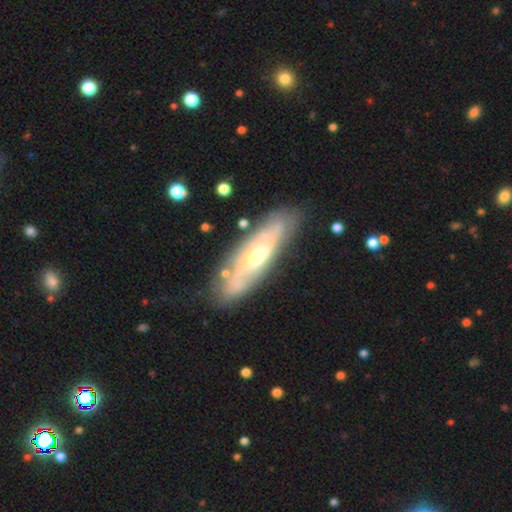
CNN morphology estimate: type=featured or disk (73%); edge-on=no (73%); bar=no (55%); spiral arms=yes (79%); bulge=moderate (63%); merging=none (77%).